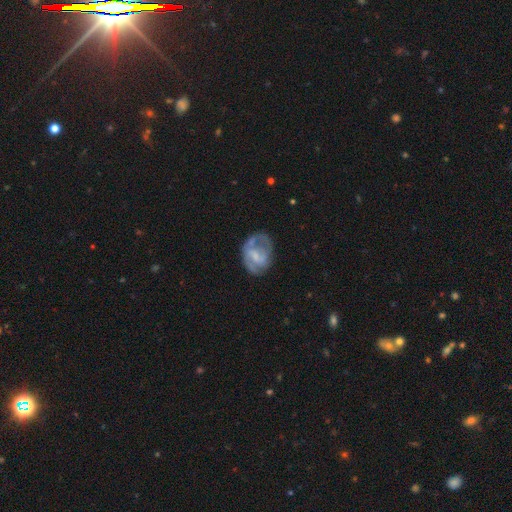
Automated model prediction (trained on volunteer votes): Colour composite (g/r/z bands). It shows a featured or disk galaxy (69%) with a weak bar (48%), 2 (54%) medium (45%) spiral arms (76%) and a small central bulge (35%, tied with none). Merging: none (52%).